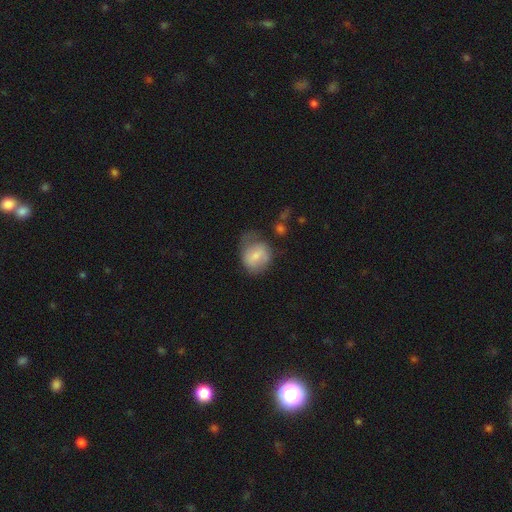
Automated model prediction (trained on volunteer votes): A smooth galaxy with no disk features (64%) that is round (58%).

Vote fractions:
- Smooth or featured? smooth: 64% / featured or disk: 29% / star or artifact: 7%
- How rounded? round: 58% / in between: 41% / cigar-shaped: 1%
- Merging? none: 40% / minor disturbance: 34% / major disturbance: 22% / merger: 4%